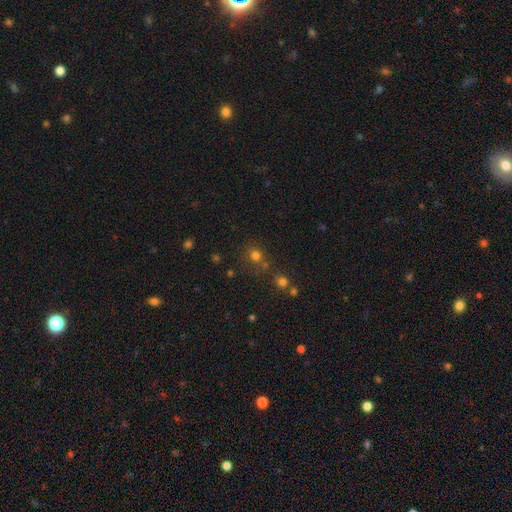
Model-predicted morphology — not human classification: type=smooth (72%); roundness=round (85%); merging=none (69%).